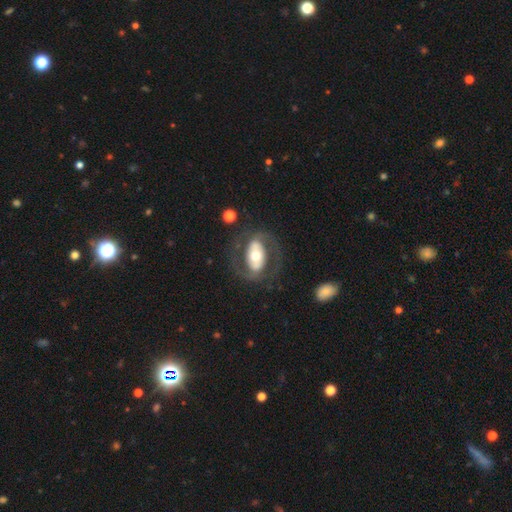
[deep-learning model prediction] smooth_or_featured: featured or disk (p=0.69) [alt: smooth p=0.25]
disk_edge_on: no (p=0.94) [alt: yes p=0.06]
bar: no (p=0.45) [alt: strong p=0.32]
has_spiral_arms: yes (p=0.57) [alt: no p=0.43]
bulge_size: moderate (p=0.64) [alt: large p=0.17]
merging: none (p=0.70) [alt: major disturbance p=0.14]